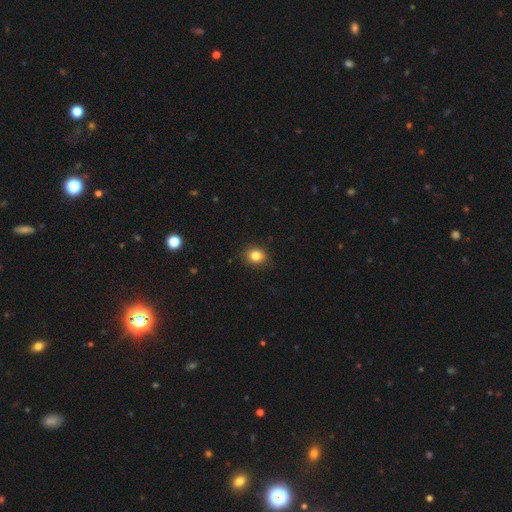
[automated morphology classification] The model was most divided on "how rounded": round: 58%, in between: 41%, cigar-shaped: 1%. More confident: merging — none (86%); smooth or featured — smooth (84%).